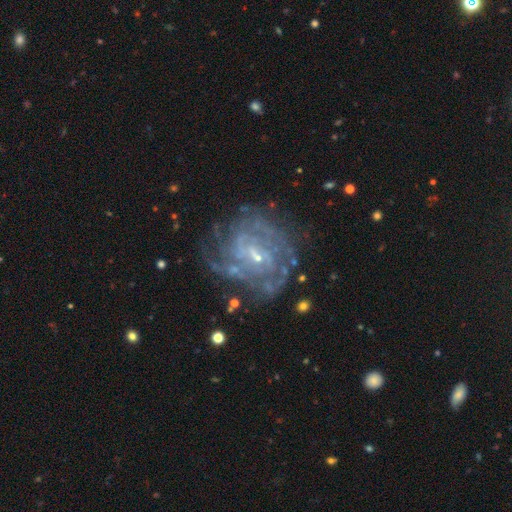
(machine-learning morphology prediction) Smooth or featured? featured or disk (85%)
Edge-on disk? no (98%)
Bar? weak (51%)
Spiral arms? yes (89%)
Spiral winding? tight (60%)
Spiral arm count? can't tell (42%)
Bulge size? small (74%)
Merging? none (64%)